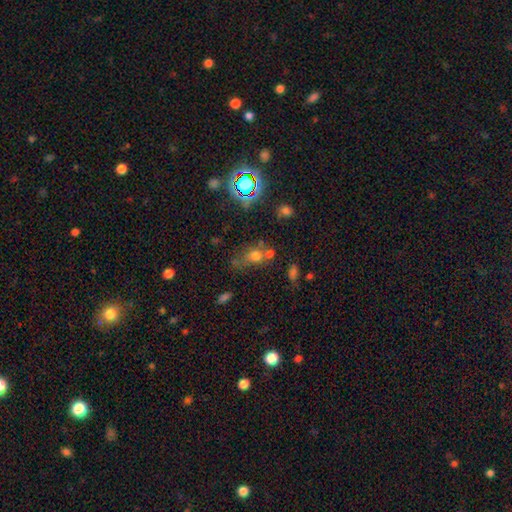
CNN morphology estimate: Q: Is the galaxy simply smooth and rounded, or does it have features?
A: smooth — 63%.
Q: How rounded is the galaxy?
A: round — 50%.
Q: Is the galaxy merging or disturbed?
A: none — 42%.